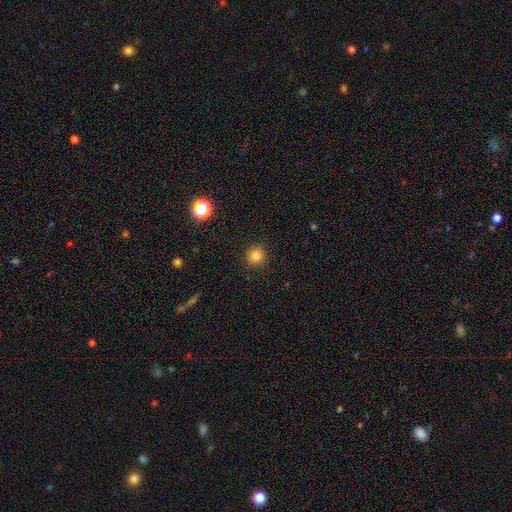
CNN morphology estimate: Q: Smooth or featured?
A: smooth (82%); runner-up: star or artifact (13%)
Q: How rounded?
A: round (91%); runner-up: in between (8%)
Q: Merging?
A: none (90%); runner-up: minor disturbance (7%)